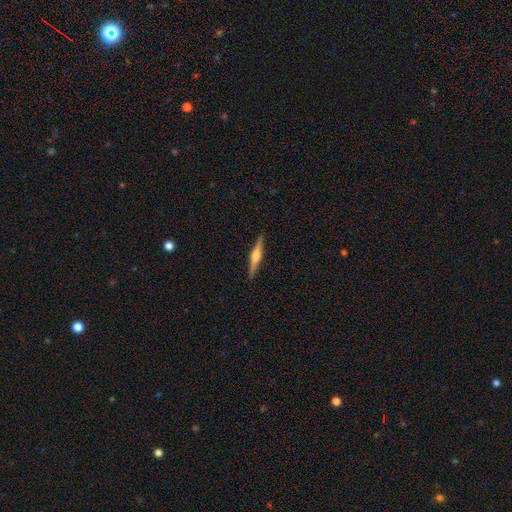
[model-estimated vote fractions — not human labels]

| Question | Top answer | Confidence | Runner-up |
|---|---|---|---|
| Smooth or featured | featured or disk | 67% | smooth (27%) |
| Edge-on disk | yes | 98% | no (2%) |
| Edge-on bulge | rounded | 81% | boxy (13%) |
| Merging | none | 91% | minor disturbance (6%) |